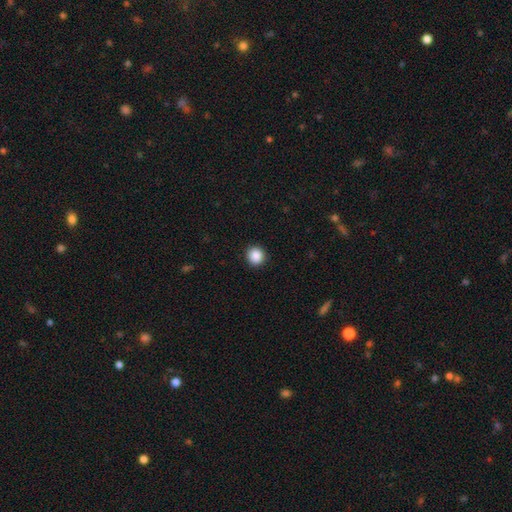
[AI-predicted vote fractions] A smooth galaxy with no disk features (88%) that is round (92%). Merging: none (92%).